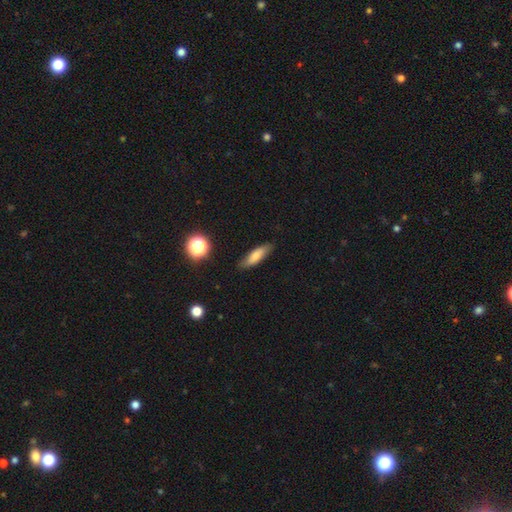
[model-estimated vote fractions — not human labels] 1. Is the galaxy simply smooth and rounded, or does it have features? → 70% smooth, 22% featured or disk, 9% star or artifact.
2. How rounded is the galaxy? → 52% cigar-shaped, 44% in between, 4% round.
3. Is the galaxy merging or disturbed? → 80% none, 16% minor disturbance, 3% major disturbance, 2% merger.